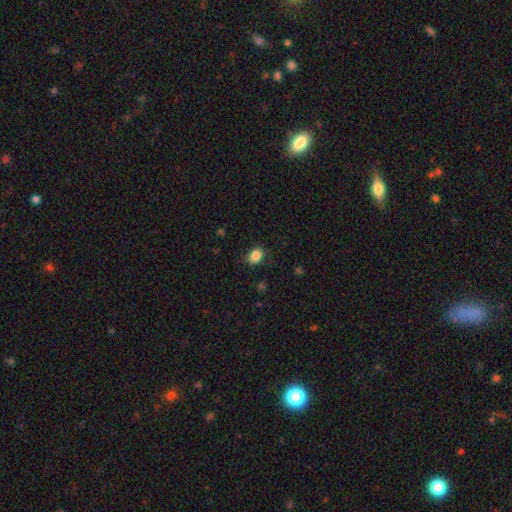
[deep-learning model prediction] This appears to be a smooth galaxy with no disk features (86%) that is in between round and cigar-shaped (63%). Merging: none (74%).